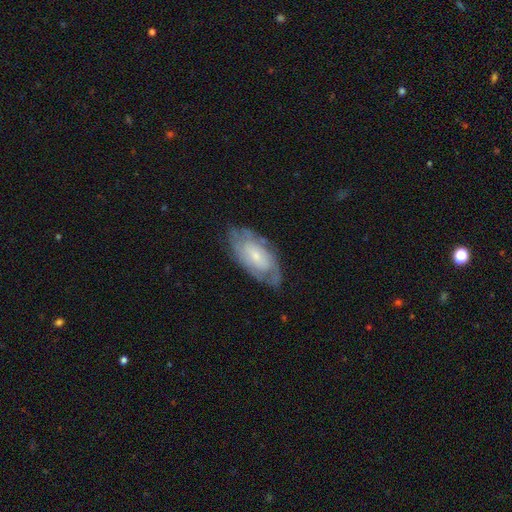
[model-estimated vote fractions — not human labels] The model was most divided on "bar": no: 61%, weak: 32%, strong: 8%. More confident: edge-on disk — no (91%); spiral arms — yes (79%); merging — none (70%); bulge size — small (65%); smooth or featured — featured or disk (64%).